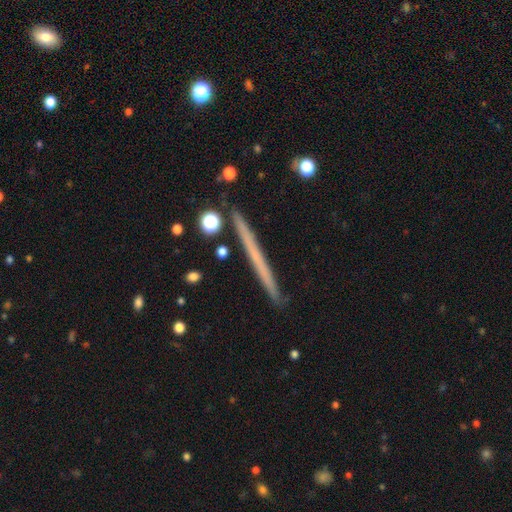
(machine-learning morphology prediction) Overall: featured or disk (52%; smooth 38%). Edge-on disk: yes (96%). Edge-on bulge: none (86%). Merging: none (89%).